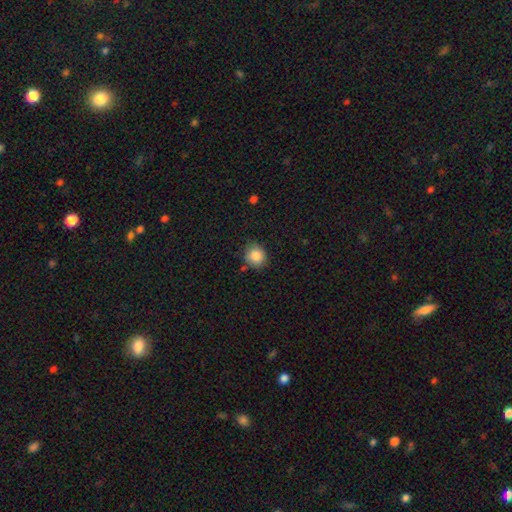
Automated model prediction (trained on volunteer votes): Smooth or featured: smooth — 86% (star or artifact — 9%)
How rounded: round — 79% (in between — 20%)
Merging: none — 78% (minor disturbance — 15%)